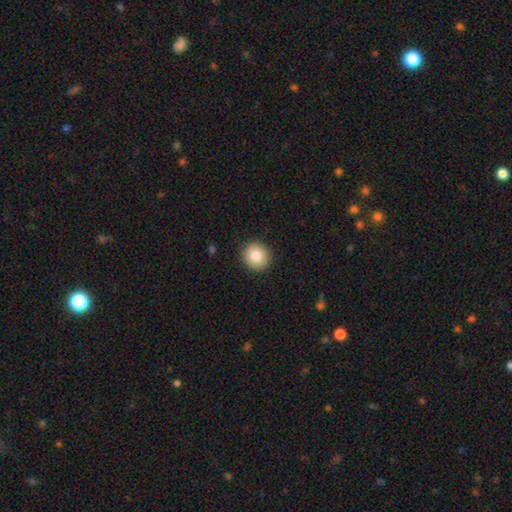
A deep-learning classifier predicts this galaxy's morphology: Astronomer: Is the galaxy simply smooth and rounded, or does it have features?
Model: smooth — 85%.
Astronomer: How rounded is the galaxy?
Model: round — 92%.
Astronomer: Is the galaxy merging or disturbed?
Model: none — 92%.